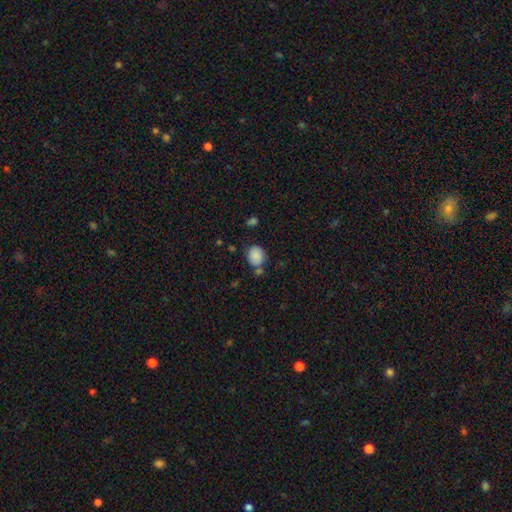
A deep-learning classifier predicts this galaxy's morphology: smooth 86%, star or artifact 9%, featured or disk 6%. Down the decision tree: how rounded — round (64%); merging — none (67%).